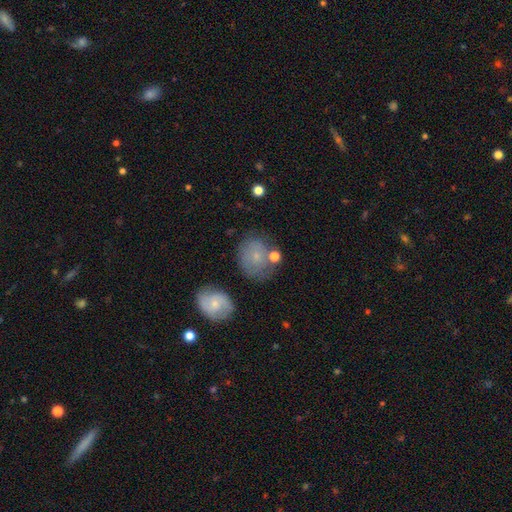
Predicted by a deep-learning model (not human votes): Q: Smooth or featured?
A: smooth (64%); runner-up: featured or disk (26%)
Q: How rounded?
A: round (72%); runner-up: in between (27%)
Q: Merging?
A: none (62%); runner-up: minor disturbance (19%)